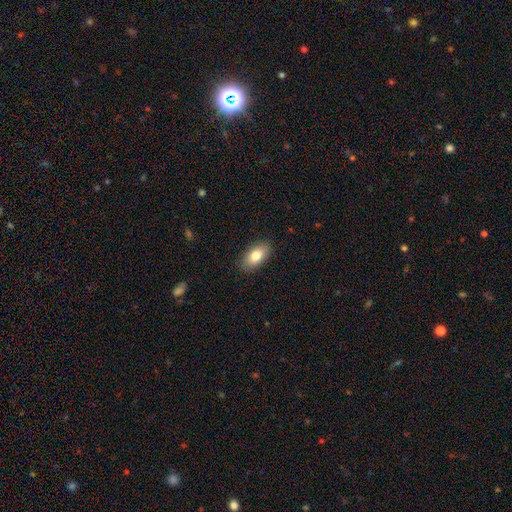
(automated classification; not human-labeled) Smooth or featured?
  - smooth: 80% *
  - featured or disk: 13%
  - star or artifact: 7%
How rounded?
  - in between: 91% *
  - round: 5%
  - cigar-shaped: 4%
Merging?
  - none: 87% *
  - minor disturbance: 9%
  - major disturbance: 2%
  - merger: 1%